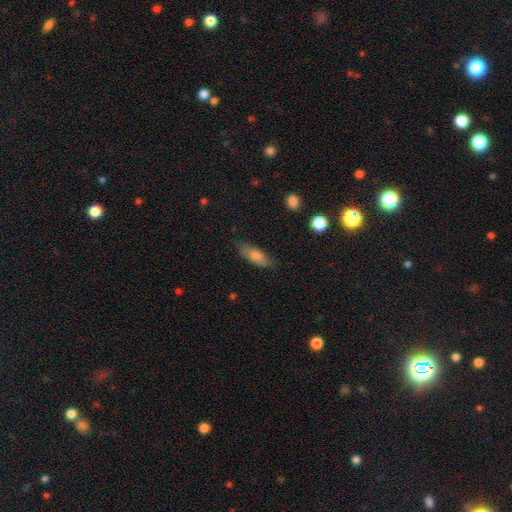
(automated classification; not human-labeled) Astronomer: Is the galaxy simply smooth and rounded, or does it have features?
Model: smooth — 74%.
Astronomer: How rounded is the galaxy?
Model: in between — 68%.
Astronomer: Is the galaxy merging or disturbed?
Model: none — 75%.